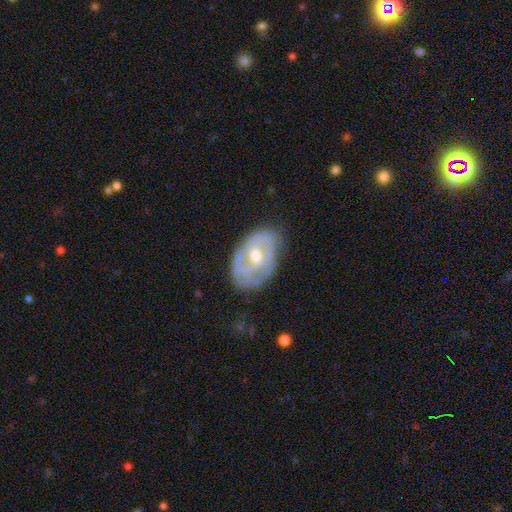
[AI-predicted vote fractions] Smooth or featured? featured or disk (74%)
Edge-on disk? no (95%)
Bar? no (57%)
Spiral arms? yes (70%)
Bulge size? moderate (70%)
Merging? none (69%)